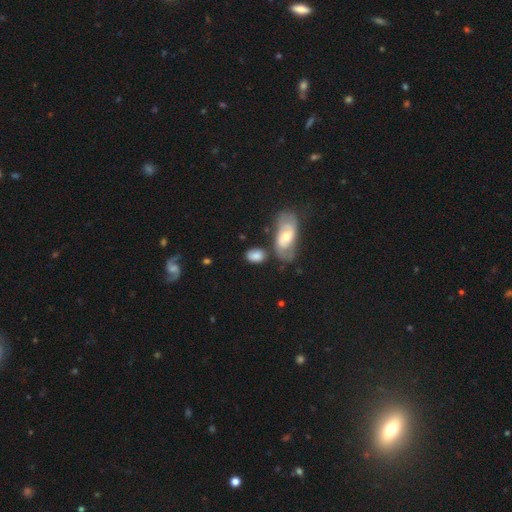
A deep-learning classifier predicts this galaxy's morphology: This appears to be a smooth galaxy with no disk features (74%) that is in between round and cigar-shaped (81%). Merging: none (59%).